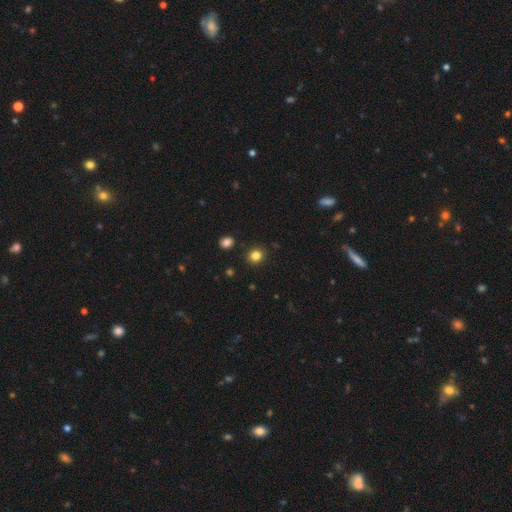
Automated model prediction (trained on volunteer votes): Smooth or featured: smooth — 83% (star or artifact — 12%)
How rounded: round — 83% (in between — 16%)
Merging: none — 90% (minor disturbance — 6%)